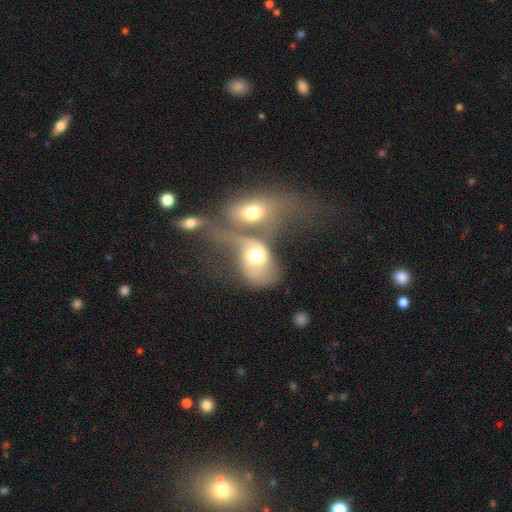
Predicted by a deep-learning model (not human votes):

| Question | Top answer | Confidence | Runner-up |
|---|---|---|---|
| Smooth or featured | smooth | 53% | featured or disk (38%) |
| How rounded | in between | 72% | round (26%) |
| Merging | merger | 67% | major disturbance (17%) |